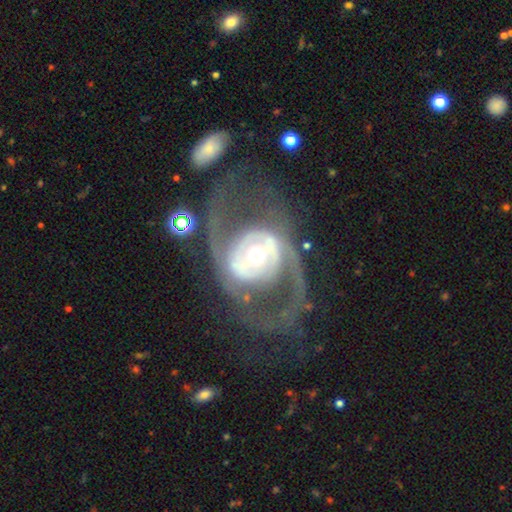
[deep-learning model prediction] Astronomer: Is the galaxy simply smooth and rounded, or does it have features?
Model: featured or disk — 86%.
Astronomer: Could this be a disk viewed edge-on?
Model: no — 96%.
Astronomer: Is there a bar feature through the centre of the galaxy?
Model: no — 45% (runner-up: weak, 29%).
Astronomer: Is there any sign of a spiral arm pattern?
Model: yes — 82%.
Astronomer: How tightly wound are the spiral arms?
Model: medium — 47% (runner-up: loose, 34%).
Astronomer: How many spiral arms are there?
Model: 2 — 84%.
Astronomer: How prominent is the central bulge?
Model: moderate — 65%.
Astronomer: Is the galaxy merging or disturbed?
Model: none — 57%.